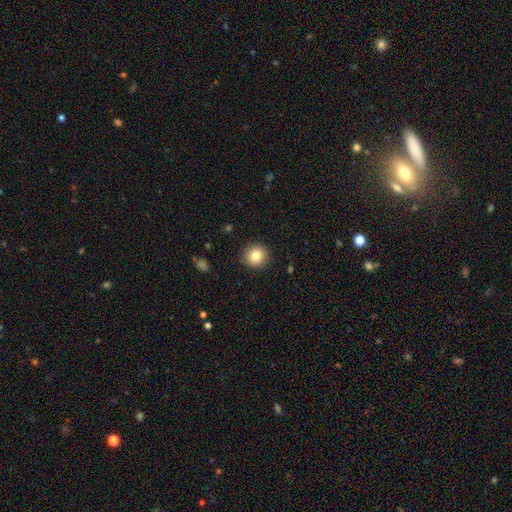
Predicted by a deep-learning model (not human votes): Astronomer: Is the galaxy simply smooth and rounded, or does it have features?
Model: smooth — 82%.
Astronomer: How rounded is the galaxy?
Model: round — 93%.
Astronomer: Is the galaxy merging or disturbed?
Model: none — 91%.